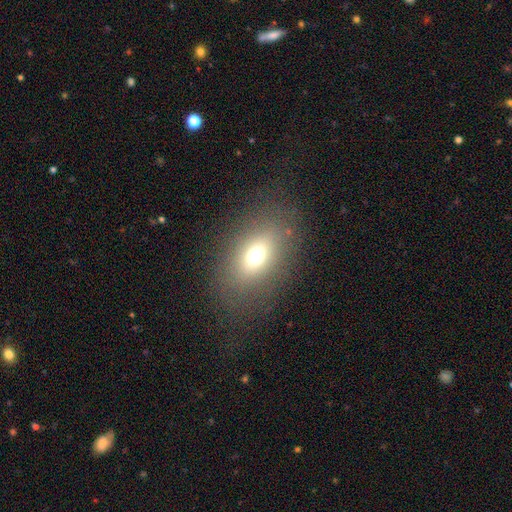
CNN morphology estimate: smooth_or_featured: smooth (p=0.65) [alt: star or artifact p=0.19]
how_rounded: in between (p=0.70) [alt: round p=0.27]
merging: none (p=0.81) [alt: minor disturbance p=0.10]